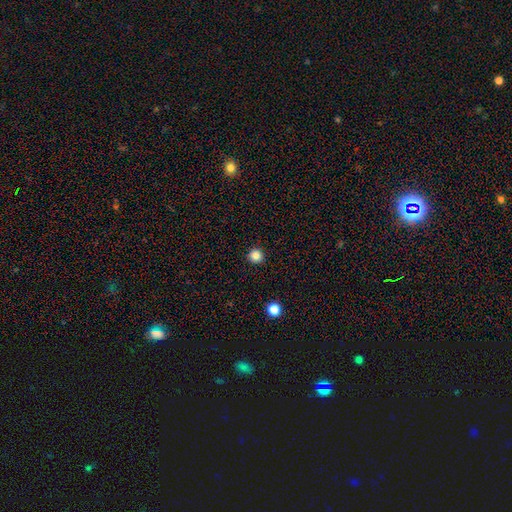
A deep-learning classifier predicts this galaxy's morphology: Smooth or featured? Predicted: smooth (p=0.84). How rounded? Predicted: round (p=0.95). Merging? Predicted: none (p=0.93).